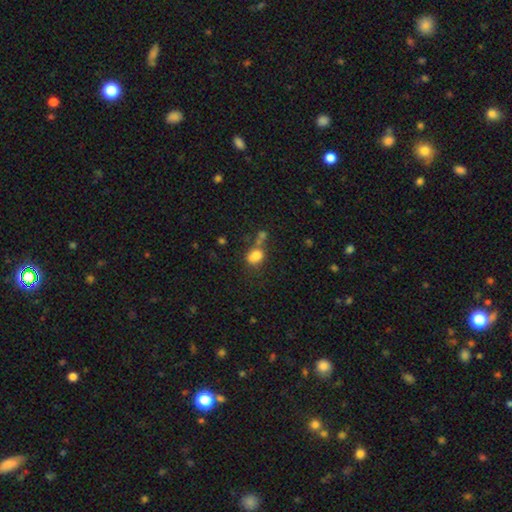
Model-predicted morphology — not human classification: smooth_or_featured: smooth (p=0.79) [alt: star or artifact p=0.12]
how_rounded: in between (p=0.66) [alt: round p=0.33]
merging: none (p=0.38) [alt: merger p=0.31]